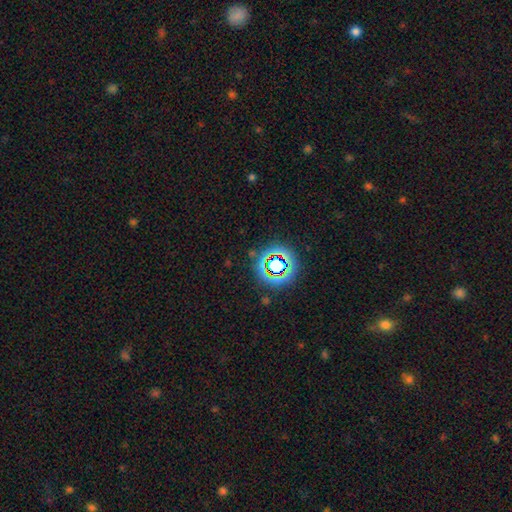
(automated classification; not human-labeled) Smooth or featured?
  - star or artifact: 67% *
  - smooth: 21%
  - featured or disk: 12%